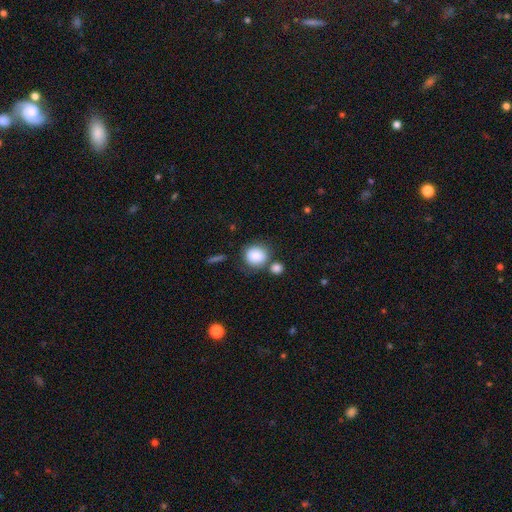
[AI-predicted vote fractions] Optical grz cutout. It shows a smooth galaxy with no disk features (86%) that is round (75%). Merging: none (61%).